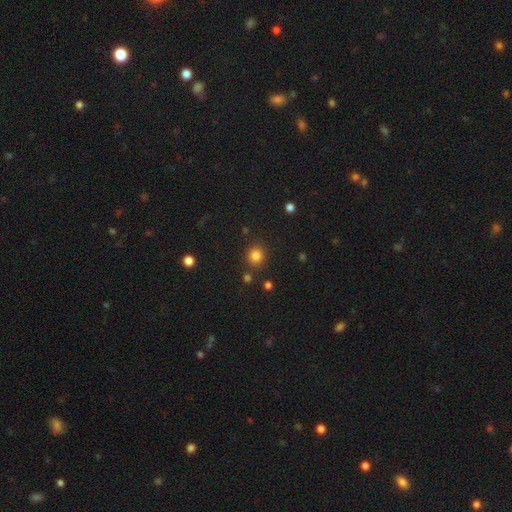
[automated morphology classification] Overall: smooth (82%). How rounded: round (89%). Merging: none (85%).